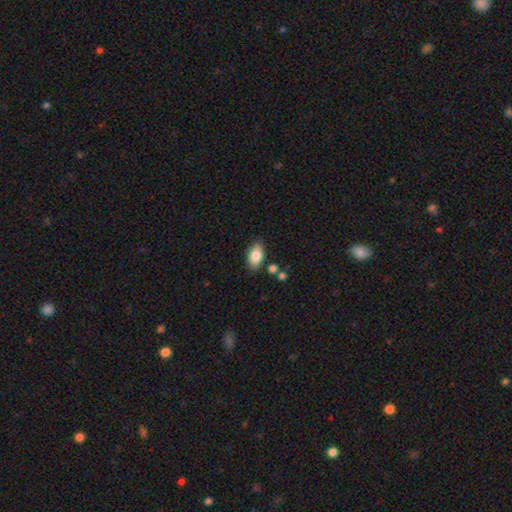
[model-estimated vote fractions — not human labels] A smooth galaxy with no disk features (84%) that is in between round and cigar-shaped (91%).

Vote fractions:
- Smooth or featured? smooth: 84% / featured or disk: 9% / star or artifact: 7%
- How rounded? in between: 91% / round: 5% / cigar-shaped: 3%
- Merging? none: 81% / minor disturbance: 12% / merger: 4% / major disturbance: 3%